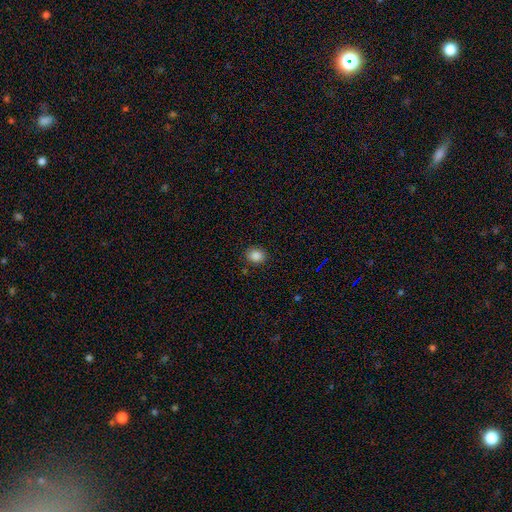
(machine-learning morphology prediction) The model was most divided on "how rounded": round: 59%, in between: 40%, cigar-shaped: 1%. More confident: merging — none (87%); smooth or featured — smooth (86%).